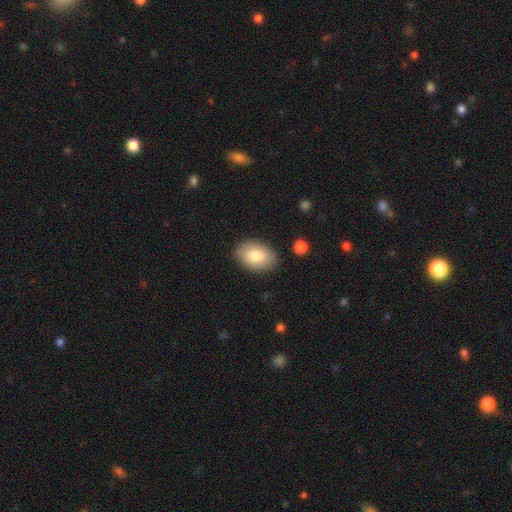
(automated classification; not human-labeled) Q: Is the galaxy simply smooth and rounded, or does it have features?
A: smooth — 83%.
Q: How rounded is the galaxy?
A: in between — 89%.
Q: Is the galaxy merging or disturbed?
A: none — 85%.